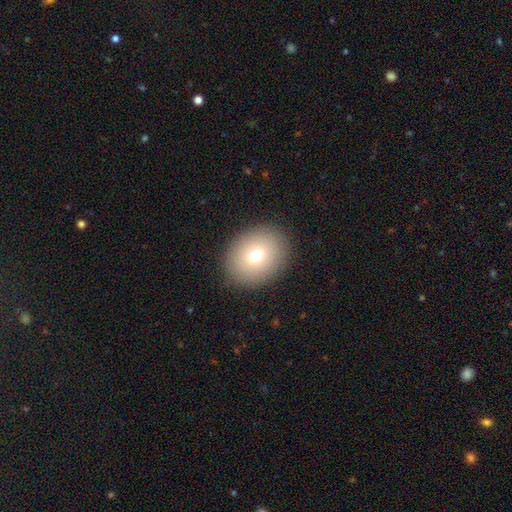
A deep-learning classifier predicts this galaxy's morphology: The model was most divided on "how rounded": round: 56%, in between: 43%, cigar-shaped: 1%. More confident: merging — none (89%); smooth or featured — smooth (72%).